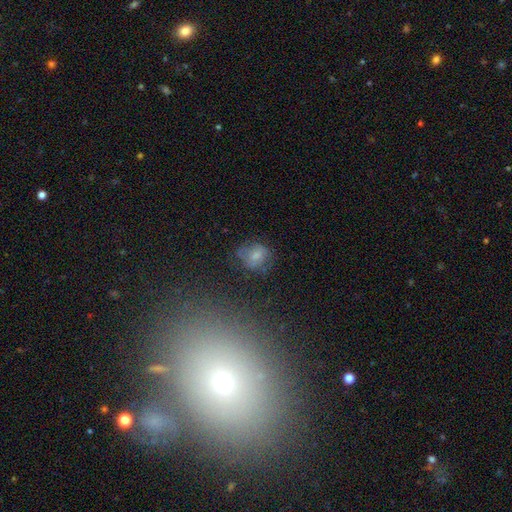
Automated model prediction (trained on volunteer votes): smooth_or_featured: smooth (p=0.65) [alt: featured or disk p=0.22]
how_rounded: round (p=0.61) [alt: in between p=0.38]
merging: none (p=0.55) [alt: minor disturbance p=0.26]